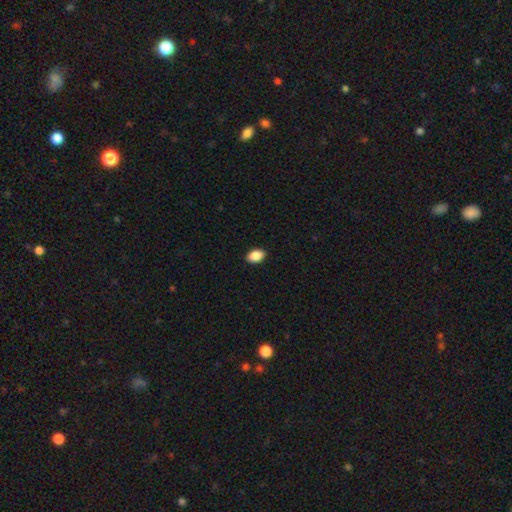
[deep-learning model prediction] Smooth or featured?
  - smooth: 89% *
  - star or artifact: 7%
  - featured or disk: 4%
How rounded?
  - in between: 88% *
  - round: 10%
  - cigar-shaped: 1%
Merging?
  - none: 90% *
  - minor disturbance: 7%
  - major disturbance: 2%
  - merger: 1%